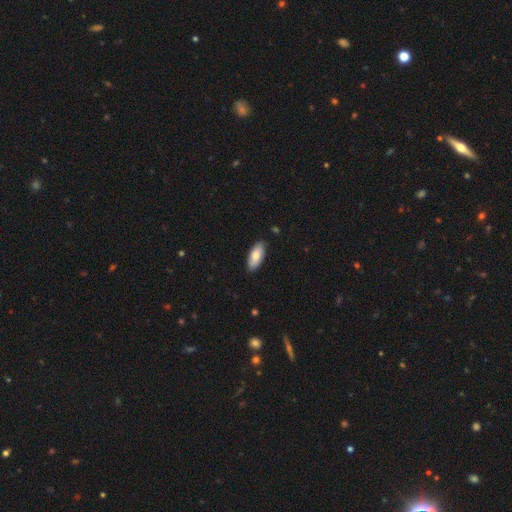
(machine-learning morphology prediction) Smooth or featured: smooth — 80% (featured or disk — 14%)
How rounded: in between — 85% (cigar-shaped — 13%)
Merging: none — 87% (minor disturbance — 10%)